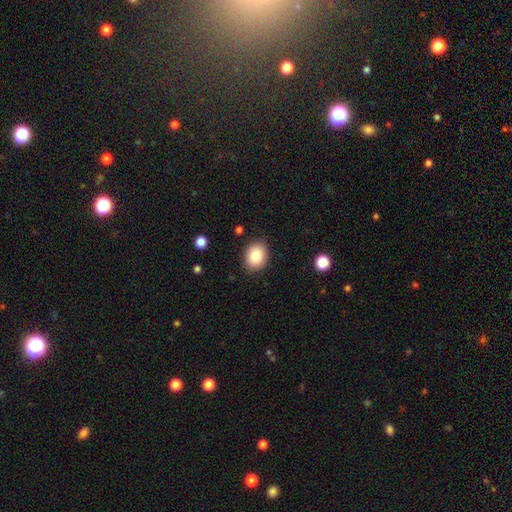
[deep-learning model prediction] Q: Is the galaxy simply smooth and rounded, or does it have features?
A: smooth — 86%.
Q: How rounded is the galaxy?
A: in between — 58%.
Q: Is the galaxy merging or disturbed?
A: none — 87%.